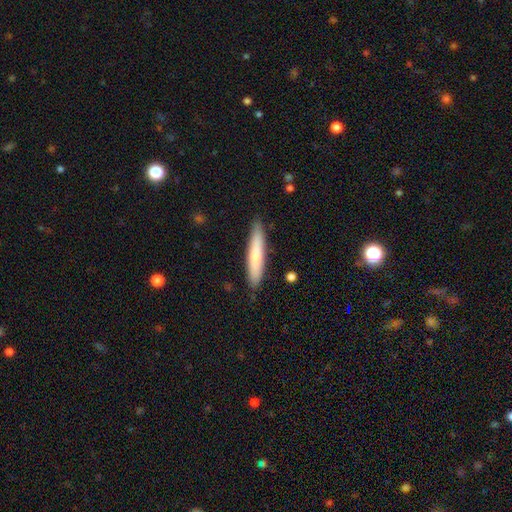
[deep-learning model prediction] Smooth or featured?
  - smooth: 73% *
  - featured or disk: 21%
  - star or artifact: 6%
How rounded?
  - cigar-shaped: 91% *
  - in between: 8%
  - round: 1%
Merging?
  - none: 87% *
  - minor disturbance: 10%
  - major disturbance: 2%
  - merger: 1%